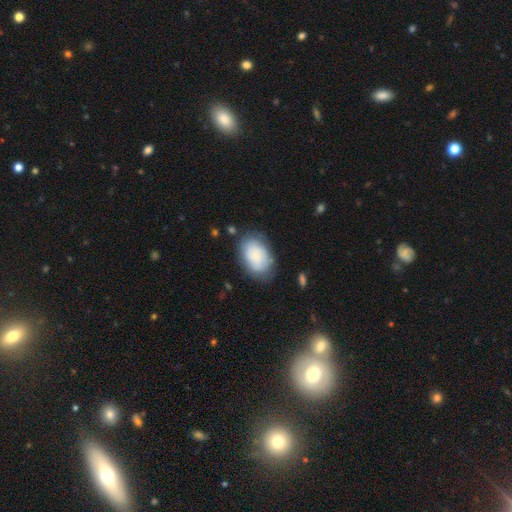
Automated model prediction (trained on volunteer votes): smooth_or_featured: smooth (p=0.80) [alt: featured or disk p=0.13]
how_rounded: in between (p=0.87) [alt: round p=0.12]
merging: none (p=0.71) [alt: minor disturbance p=0.20]